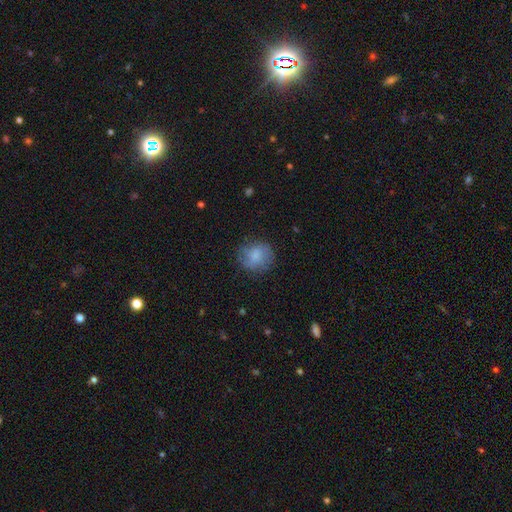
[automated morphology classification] smooth 73%, featured or disk 18%, star or artifact 9%. Down the decision tree: how rounded — round (82%); merging — none (73%).